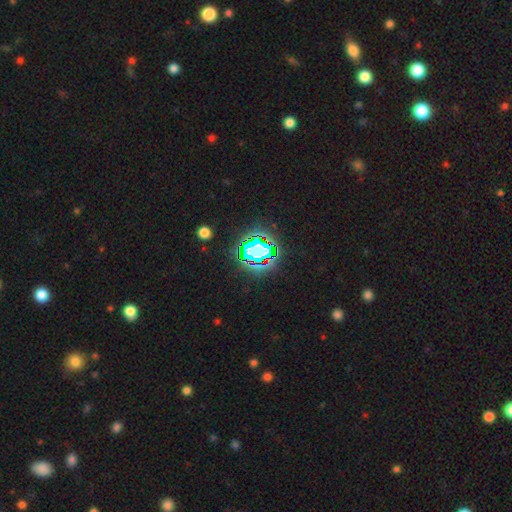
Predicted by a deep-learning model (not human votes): This is likely a star or artifact rather than a galaxy (68%).